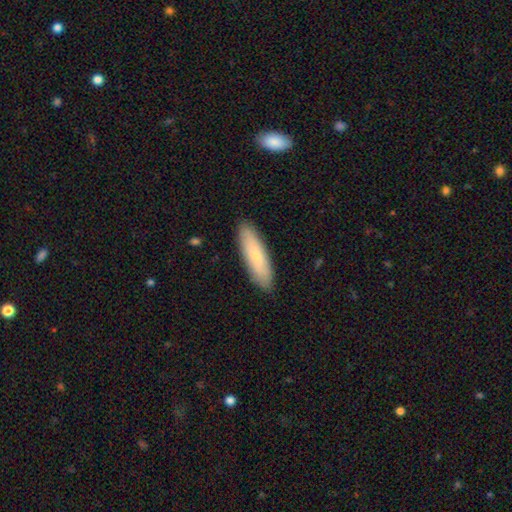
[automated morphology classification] type=smooth (72%); roundness=cigar-shaped (63%); merging=none (88%).